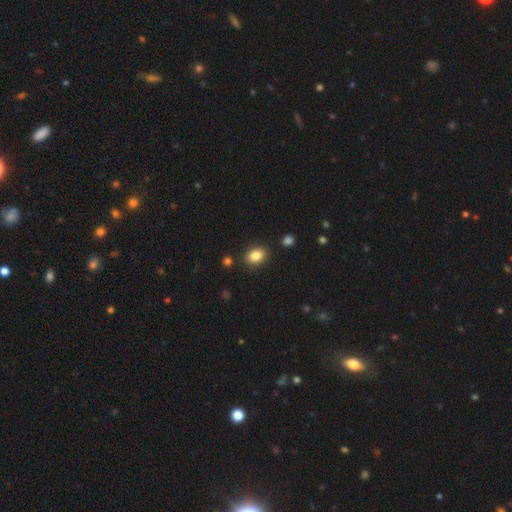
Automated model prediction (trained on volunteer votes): A smooth galaxy with no disk features (86%) that is in between round and cigar-shaped (77%). Merging: none (85%).